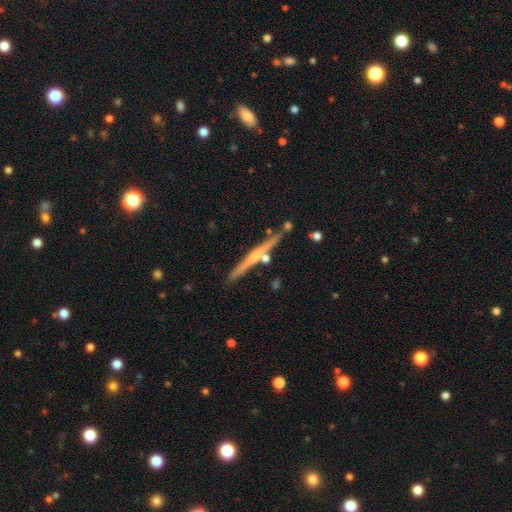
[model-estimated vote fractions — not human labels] Morphology: type=featured or disk (74%); edge-on=yes (97%); edge-on bulge=rounded (64%); merging=none (81%).